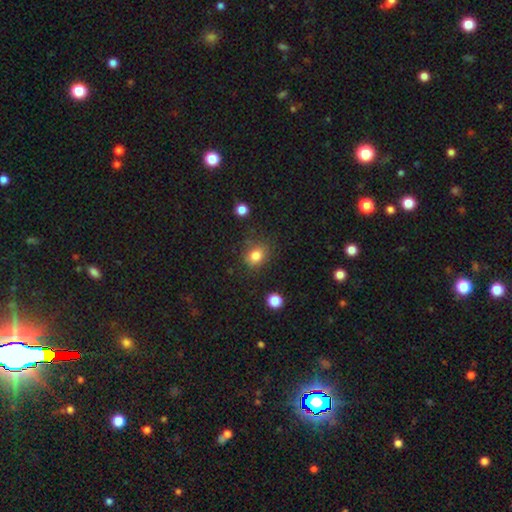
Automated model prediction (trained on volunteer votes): smooth-or-featured: smooth: 82% | star or artifact: 11% | featured or disk: 7%
  how-rounded: round: 60% | in between: 39% | cigar-shaped: 1%
  merging: none: 78% | minor disturbance: 15% | major disturbance: 5% | merger: 3%